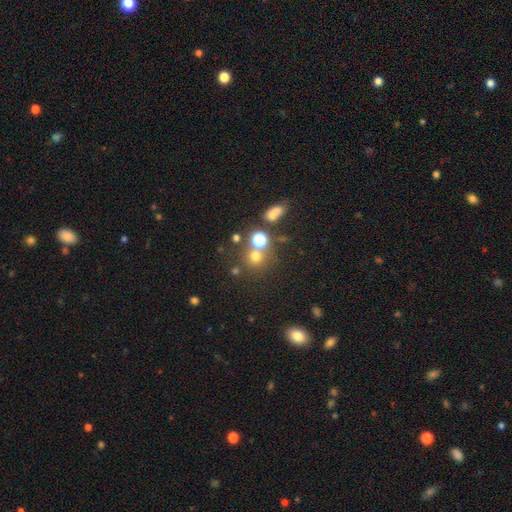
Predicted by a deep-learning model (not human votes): The model was most divided on "smooth or featured": smooth: 66%, star or artifact: 24%, featured or disk: 10%. More confident: how rounded — round (88%); merging — none (65%).